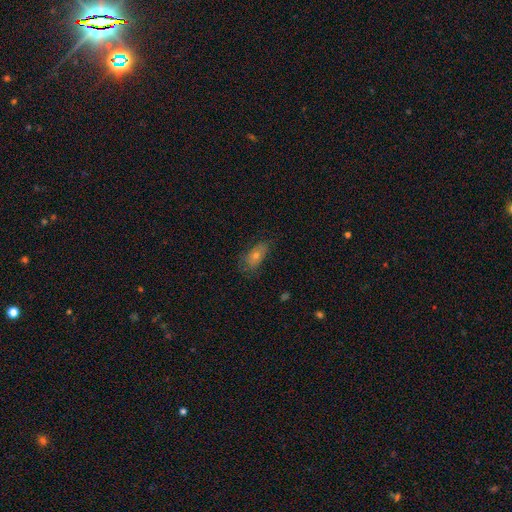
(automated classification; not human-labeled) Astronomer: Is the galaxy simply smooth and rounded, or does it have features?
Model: smooth — 56%.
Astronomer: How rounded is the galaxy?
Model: in between — 81%.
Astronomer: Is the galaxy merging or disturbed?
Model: none — 67%.